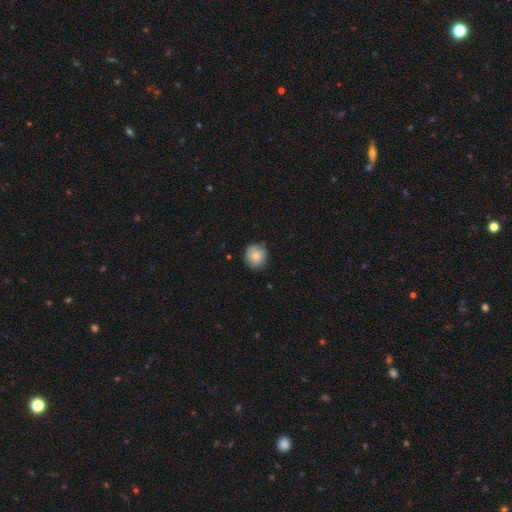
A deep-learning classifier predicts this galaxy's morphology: This appears to be a smooth galaxy with no disk features (76%) that is round (88%). Merging: none (76%).